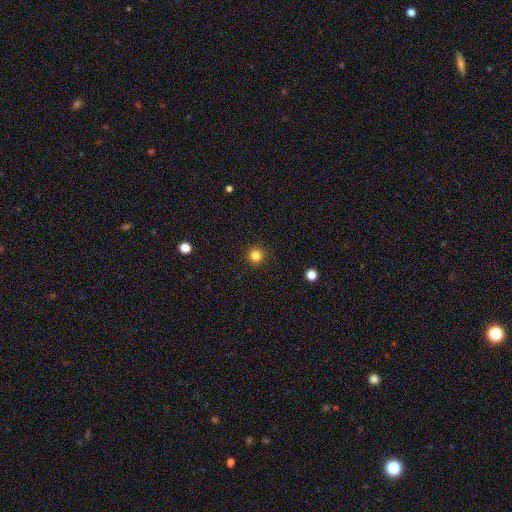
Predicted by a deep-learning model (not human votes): Q: Smooth or featured?
A: smooth (83%); runner-up: star or artifact (13%)
Q: How rounded?
A: round (95%); runner-up: in between (4%)
Q: Merging?
A: none (92%); runner-up: minor disturbance (5%)